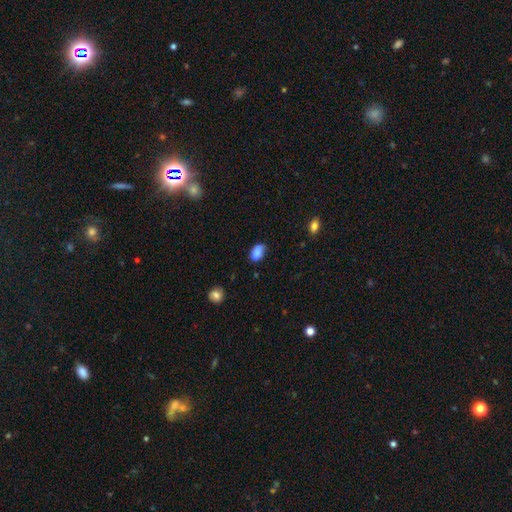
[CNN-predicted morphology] A smooth galaxy with no disk features (81%) that is in between round and cigar-shaped (87%). Merging: none (51%).